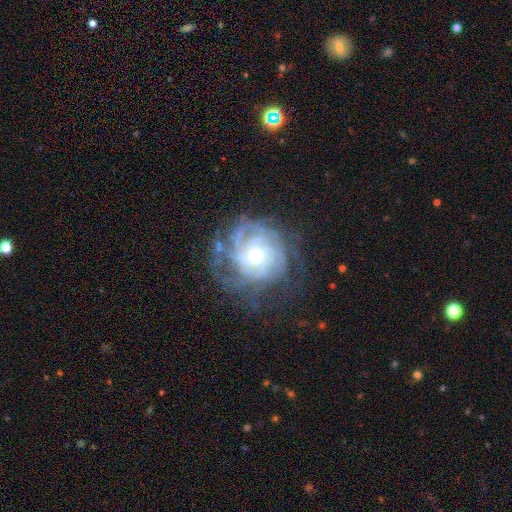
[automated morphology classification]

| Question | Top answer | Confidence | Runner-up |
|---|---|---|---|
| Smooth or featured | featured or disk | 85% | smooth (8%) |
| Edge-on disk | no | 97% | yes (3%) |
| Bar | no | 75% | weak (20%) |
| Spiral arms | yes | 94% | no (6%) |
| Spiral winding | tight | 73% | medium (21%) |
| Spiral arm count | can't tell | 41% | 4 (16%) |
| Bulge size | small | 51% | moderate (43%) |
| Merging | none | 64% | minor disturbance (19%) |